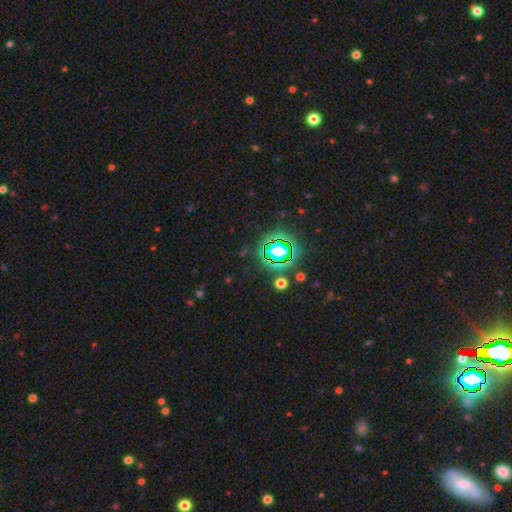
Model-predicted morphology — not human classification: Q: Smooth or featured?
A: star or artifact (83%); runner-up: smooth (11%)